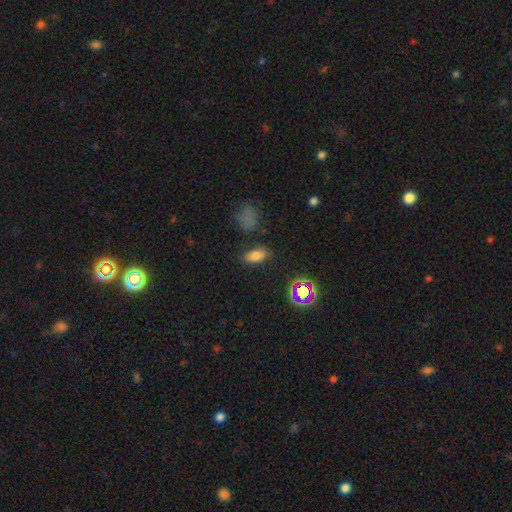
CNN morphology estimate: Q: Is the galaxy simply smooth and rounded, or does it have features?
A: smooth — 75%.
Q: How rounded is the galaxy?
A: in between — 88%.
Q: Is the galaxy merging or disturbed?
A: none — 82%.